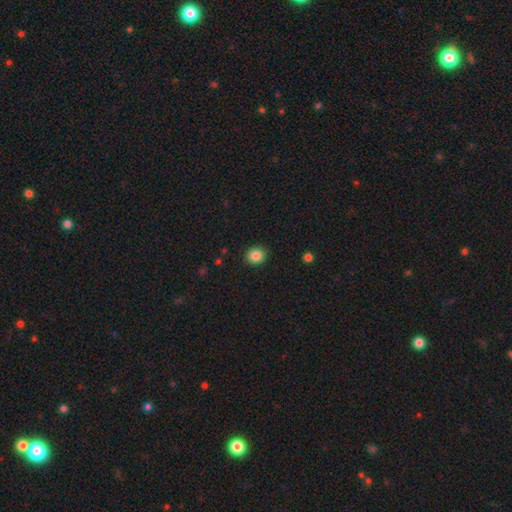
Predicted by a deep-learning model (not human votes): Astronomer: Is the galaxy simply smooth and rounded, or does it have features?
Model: smooth — 86%.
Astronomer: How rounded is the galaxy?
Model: round — 79%.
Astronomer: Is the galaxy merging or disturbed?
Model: none — 90%.